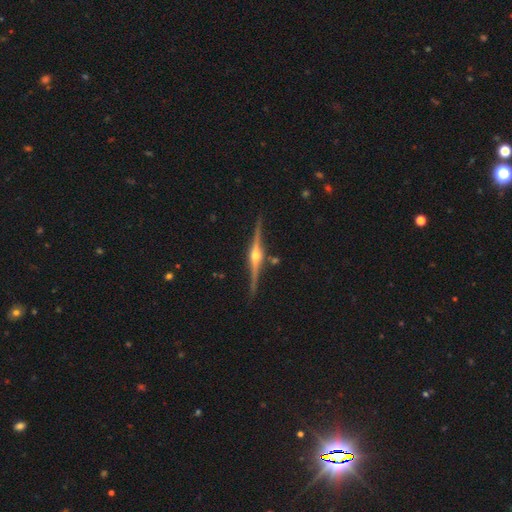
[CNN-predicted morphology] Smooth or featured?
  - featured or disk: 88% *
  - smooth: 7%
  - star or artifact: 5%
Edge-on disk?
  - yes: 98% *
  - no: 2%
Edge-on bulge?
  - rounded: 94% *
  - boxy: 4%
  - none: 2%
Merging?
  - none: 88% *
  - minor disturbance: 8%
  - merger: 3%
  - major disturbance: 2%